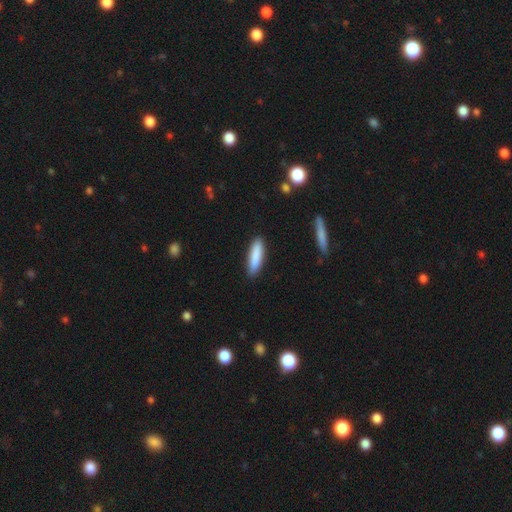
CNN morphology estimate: This appears to be a smooth galaxy with no disk features (86%) that is cigar-shaped (69%). Merging: none (88%).